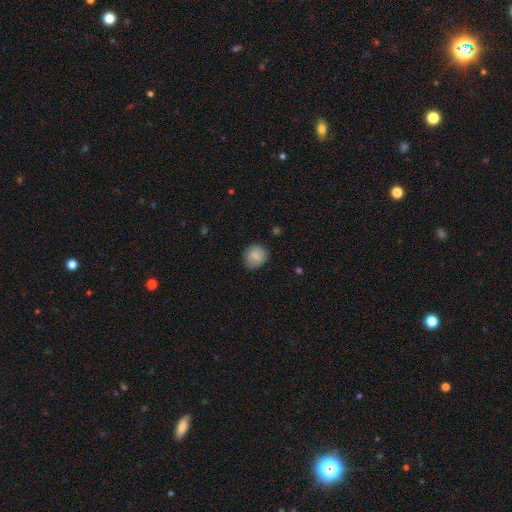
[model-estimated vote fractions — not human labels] The model was most divided on "how rounded": round: 80%, in between: 19%, cigar-shaped: 1%. More confident: smooth or featured — smooth (80%); merging — none (79%).